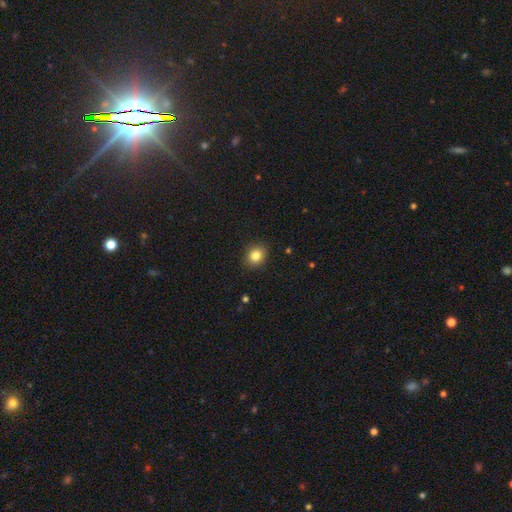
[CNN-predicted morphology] Smooth or featured: smooth — 84% (star or artifact — 10%)
How rounded: round — 63% (in between — 36%)
Merging: none — 89% (minor disturbance — 8%)